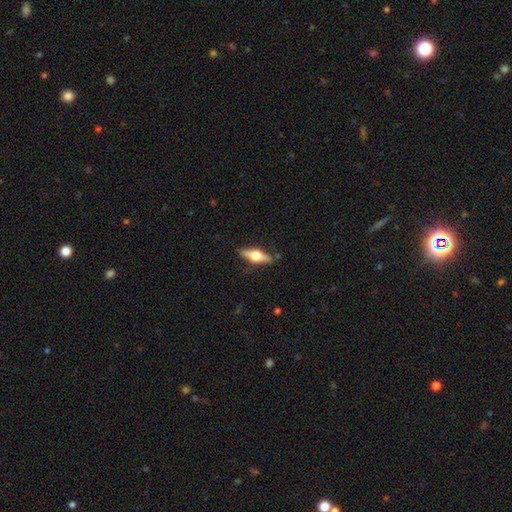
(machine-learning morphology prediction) type=featured or disk (62%); edge-on=yes (94%); edge-on bulge=rounded (95%); merging=none (85%).